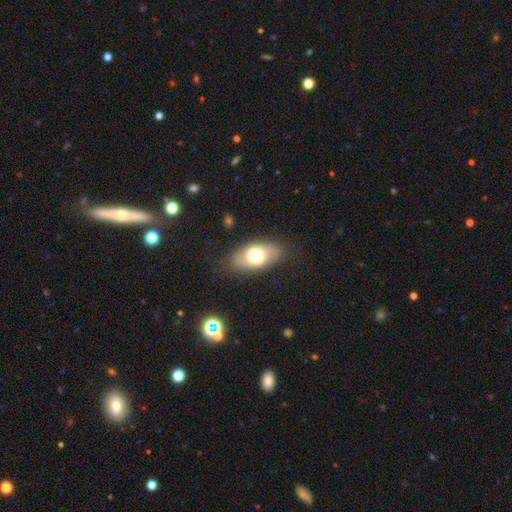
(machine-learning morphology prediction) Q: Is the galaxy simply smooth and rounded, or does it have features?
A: smooth — 66%.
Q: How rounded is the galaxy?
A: in between — 89%.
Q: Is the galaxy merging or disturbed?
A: none — 77%.